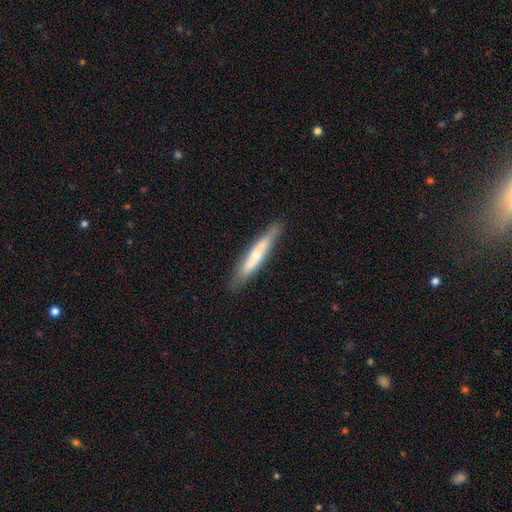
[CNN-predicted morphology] Q: Smooth or featured?
A: featured or disk (48%); runner-up: smooth (46%)
Q: Merging?
A: none (84%); runner-up: minor disturbance (12%)